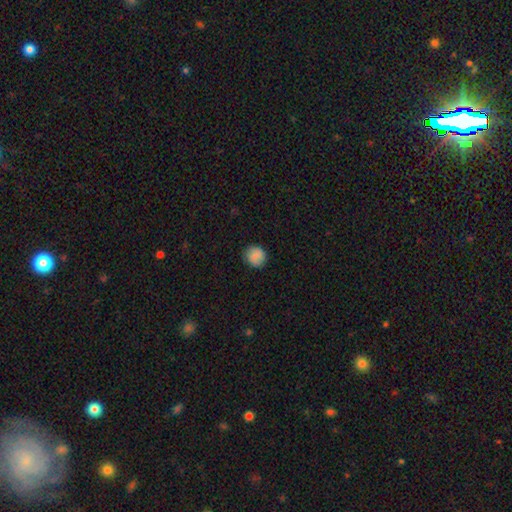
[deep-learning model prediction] A smooth galaxy with no disk features (85%) that is round (87%). Merging: none (86%).